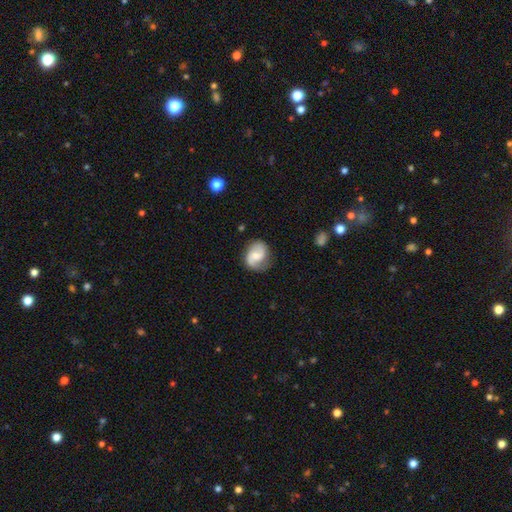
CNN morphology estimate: Q: Smooth or featured?
A: featured or disk (64%); runner-up: smooth (30%)
Q: Edge-on disk?
A: no (98%); runner-up: yes (2%)
Q: Bar?
A: no (53%); runner-up: weak (39%)
Q: Spiral arms?
A: yes (91%); runner-up: no (9%)
Q: Spiral winding?
A: medium (44%); runner-up: loose (34%)
Q: Spiral arm count?
A: 2 (81%); runner-up: 1 (10%)
Q: Bulge size?
A: moderate (55%); runner-up: small (36%)
Q: Merging?
A: none (71%); runner-up: minor disturbance (21%)